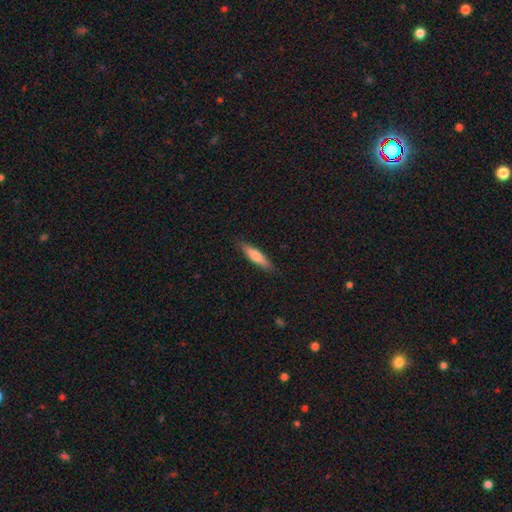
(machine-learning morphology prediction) smooth 71%, featured or disk 23%, star or artifact 6%. Down the decision tree: how rounded — cigar-shaped (77%); merging — none (87%).